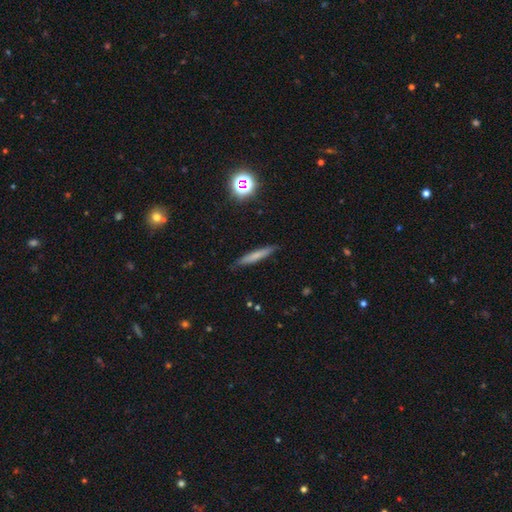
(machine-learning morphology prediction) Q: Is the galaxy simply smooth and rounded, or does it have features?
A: smooth — 63%.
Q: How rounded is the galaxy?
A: cigar-shaped — 92%.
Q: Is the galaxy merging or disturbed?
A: none — 87%.